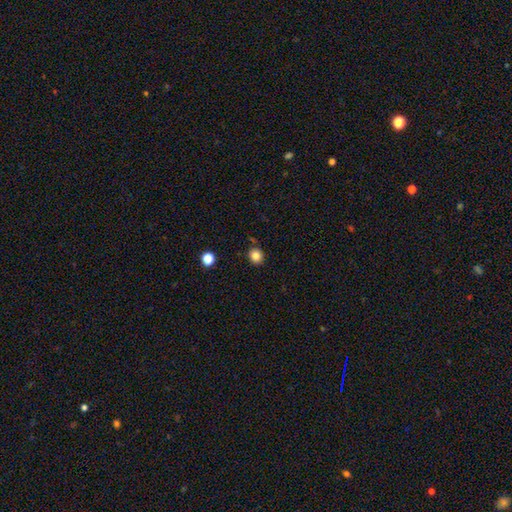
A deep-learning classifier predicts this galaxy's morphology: A smooth galaxy with no disk features (83%) that is round (80%). Merging: none (87%).